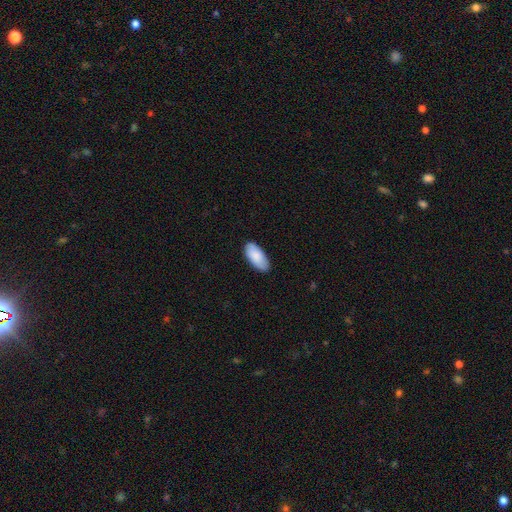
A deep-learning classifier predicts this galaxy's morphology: Q: Smooth or featured?
A: smooth (88%); runner-up: featured or disk (7%)
Q: How rounded?
A: in between (92%); runner-up: cigar-shaped (6%)
Q: Merging?
A: none (85%); runner-up: minor disturbance (12%)